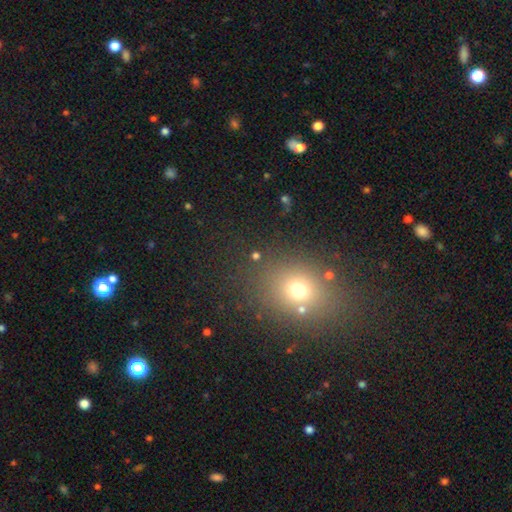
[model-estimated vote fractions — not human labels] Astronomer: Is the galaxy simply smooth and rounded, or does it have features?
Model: smooth — 60%.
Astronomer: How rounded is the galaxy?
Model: round — 79%.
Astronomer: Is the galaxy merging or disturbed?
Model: none — 78%.